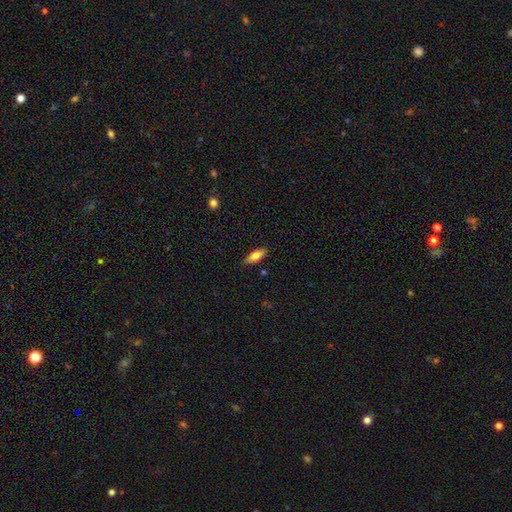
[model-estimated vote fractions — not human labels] A smooth galaxy with no disk features (77%) that is in between round and cigar-shaped (73%). Merging: none (86%).